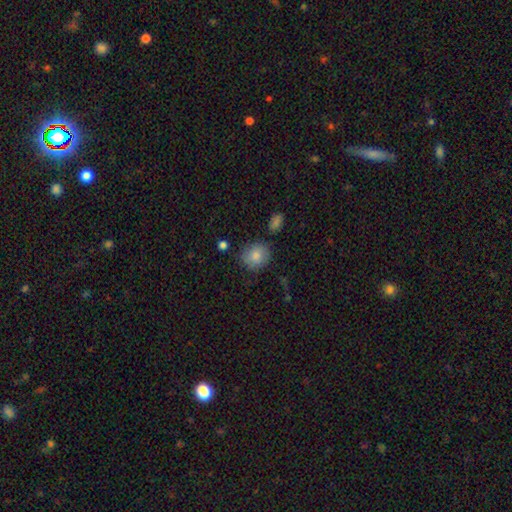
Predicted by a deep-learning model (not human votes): The model was most divided on "how rounded": round: 77%, in between: 22%, cigar-shaped: 1%. More confident: smooth or featured — smooth (85%); merging — none (76%).